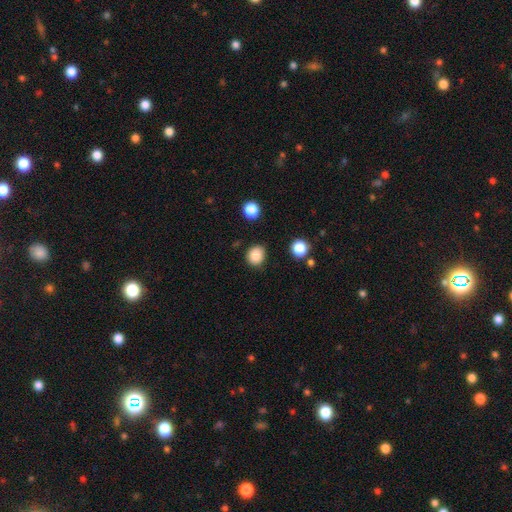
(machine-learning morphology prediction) Smooth or featured?
  - smooth: 85% *
  - star or artifact: 11%
  - featured or disk: 4%
How rounded?
  - round: 79% *
  - in between: 20%
  - cigar-shaped: 1%
Merging?
  - none: 84% *
  - minor disturbance: 11%
  - major disturbance: 3%
  - merger: 3%